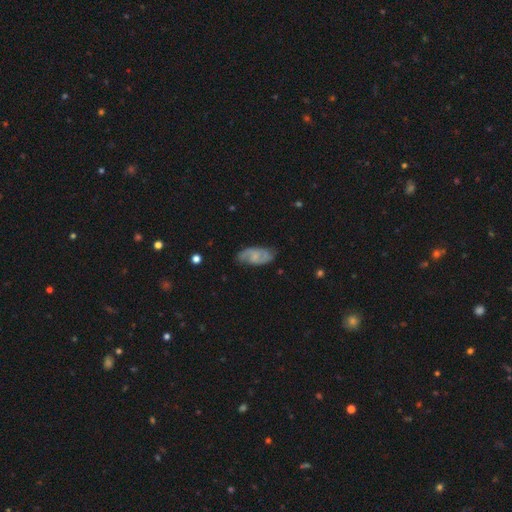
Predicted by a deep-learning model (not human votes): A featured or disk galaxy (70%) with no bar (49%), 2 (84%) medium (49%) spiral arms (92%) and a small central bulge (46%).

Vote fractions:
- Smooth or featured? featured or disk: 70% / smooth: 23% / star or artifact: 6%
- Edge-on disk? no: 95% / yes: 5%
- Bar? no: 49% / weak: 43% / strong: 8%
- Spiral arms? yes: 92% / no: 8%
- Spiral winding? medium: 49% / tight: 26% / loose: 25%
- Spiral arm count? 2: 84% / can't tell: 9% / 3: 3% / 1: 2% / 4: 1% / more than 4: 1%
- Bulge size? small: 46% / none: 30% / moderate: 21% / large: 2% / dominant: 1%
- Merging? none: 76% / minor disturbance: 18% / major disturbance: 5% / merger: 1%